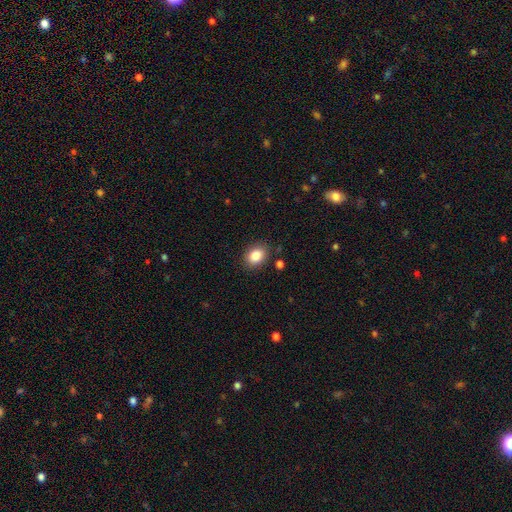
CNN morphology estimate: smooth 86%, star or artifact 9%, featured or disk 6%. Down the decision tree: how rounded — in between (64%); merging — none (85%).